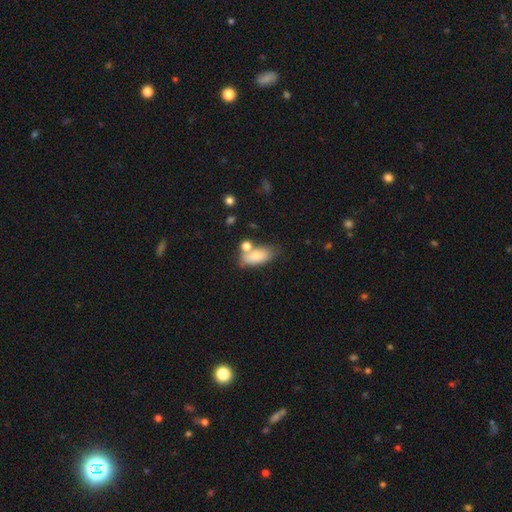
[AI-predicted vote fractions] smooth-or-featured: smooth: 77% | featured or disk: 16% | star or artifact: 7%
  how-rounded: in between: 86% | cigar-shaped: 9% | round: 5%
  merging: none: 52% | merger: 23% | minor disturbance: 18% | major disturbance: 6%